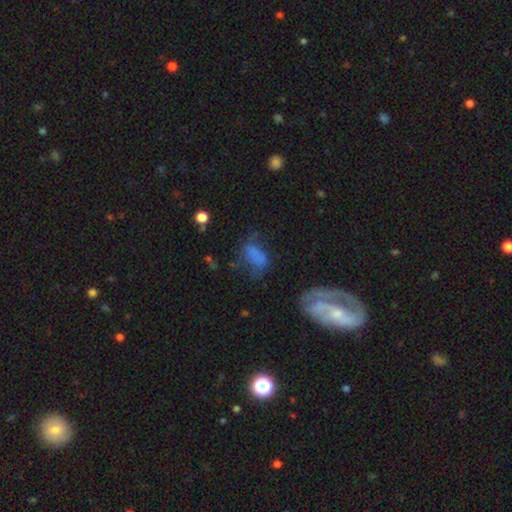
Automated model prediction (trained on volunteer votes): Morphology: type=smooth (63%); roundness=in between (84%); merging=none (38%).